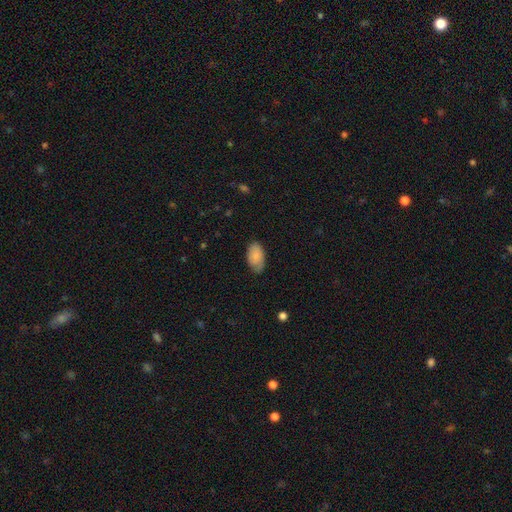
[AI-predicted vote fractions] smooth-or-featured: smooth: 76% | featured or disk: 18% | star or artifact: 6%
  how-rounded: in between: 94% | round: 4% | cigar-shaped: 2%
  merging: none: 69% | minor disturbance: 25% | major disturbance: 5% | merger: 1%